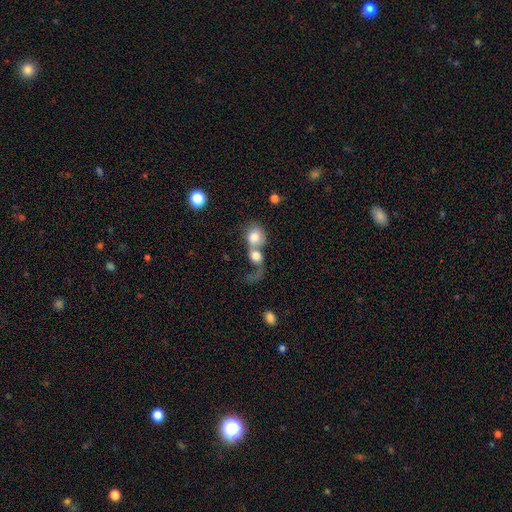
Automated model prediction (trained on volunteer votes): Smooth or featured?
  - smooth: 67% *
  - featured or disk: 23%
  - star or artifact: 9%
How rounded?
  - round: 69% *
  - in between: 29%
  - cigar-shaped: 2%
Merging?
  - merger: 73% *
  - major disturbance: 12%
  - none: 11%
  - minor disturbance: 5%